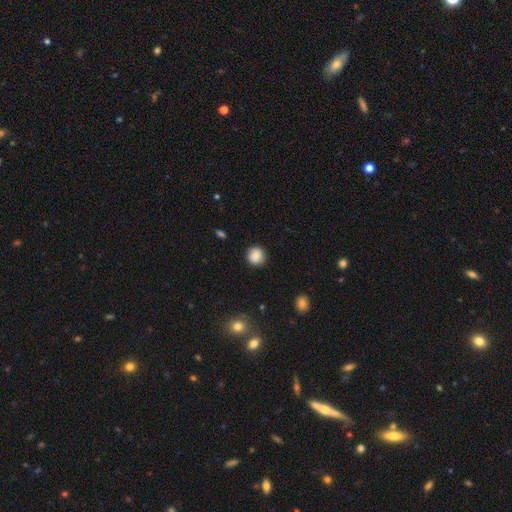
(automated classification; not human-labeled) Q: Smooth or featured?
A: smooth (86%); runner-up: star or artifact (9%)
Q: How rounded?
A: round (90%); runner-up: in between (9%)
Q: Merging?
A: none (88%); runner-up: minor disturbance (8%)